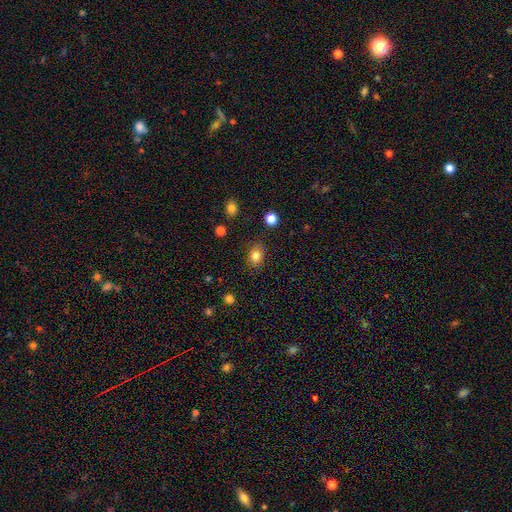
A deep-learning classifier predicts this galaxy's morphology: This is clearly a smooth galaxy (82%). How rounded: likely in between (62%). Merging: clearly none (84%).